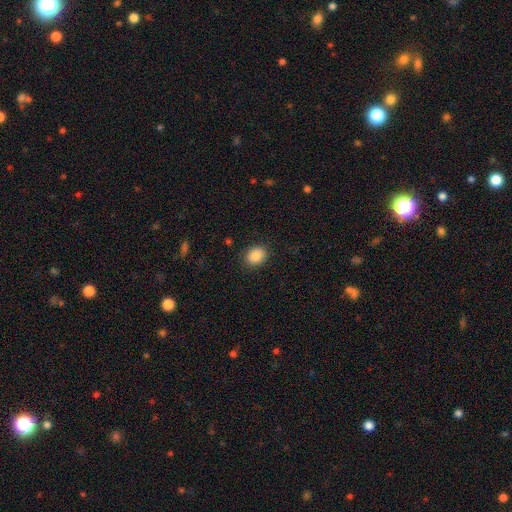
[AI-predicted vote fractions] Q: Smooth or featured?
A: smooth (88%); runner-up: star or artifact (8%)
Q: How rounded?
A: round (55%); runner-up: in between (44%)
Q: Merging?
A: none (87%); runner-up: minor disturbance (9%)